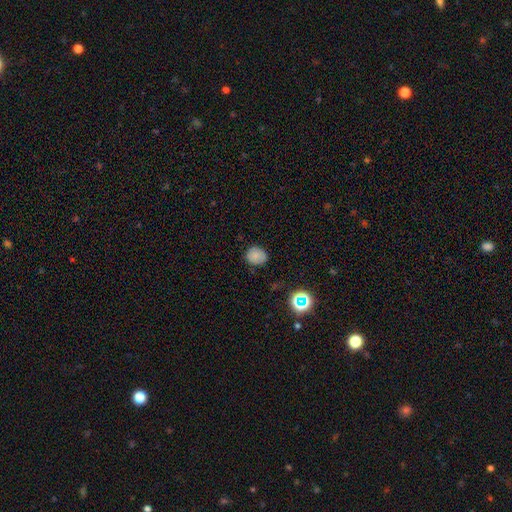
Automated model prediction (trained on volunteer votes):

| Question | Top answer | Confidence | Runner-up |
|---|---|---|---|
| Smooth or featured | smooth | 78% | star or artifact (13%) |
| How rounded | round | 78% | in between (21%) |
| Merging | none | 81% | minor disturbance (14%) |